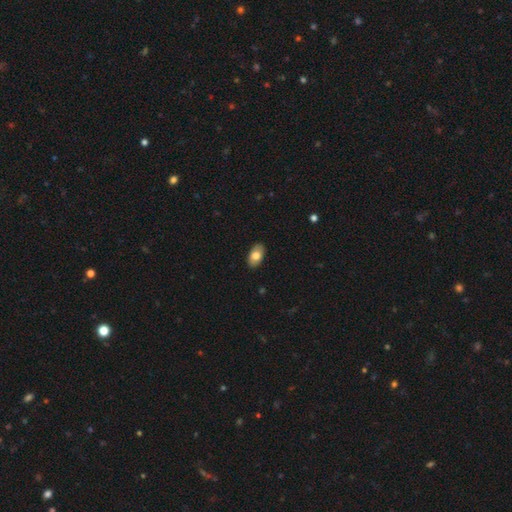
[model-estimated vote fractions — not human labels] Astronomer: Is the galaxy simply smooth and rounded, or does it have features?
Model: smooth — 77%.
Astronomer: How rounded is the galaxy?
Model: in between — 94%.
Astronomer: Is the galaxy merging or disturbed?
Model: none — 88%.